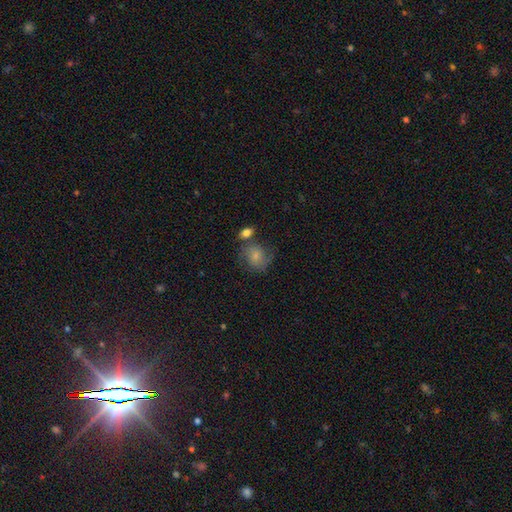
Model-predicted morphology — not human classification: Smooth or featured? smooth (67%)
How rounded? round (65%)
Merging? none (52%)